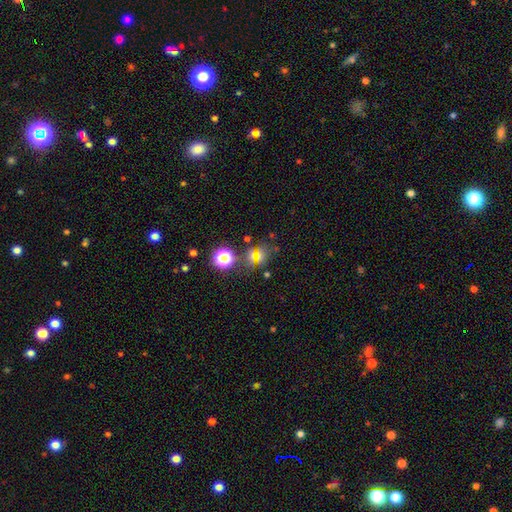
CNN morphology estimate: A star or artifact, not a galaxy (46%).

Vote fractions:
- Smooth or featured? star or artifact: 46% / smooth: 40% / featured or disk: 14%